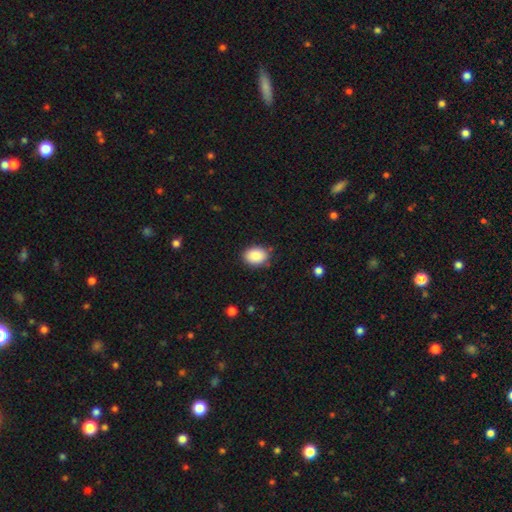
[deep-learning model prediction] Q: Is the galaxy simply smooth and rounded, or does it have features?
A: smooth — 88%.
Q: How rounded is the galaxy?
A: in between — 73%.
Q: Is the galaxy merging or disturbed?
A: none — 84%.